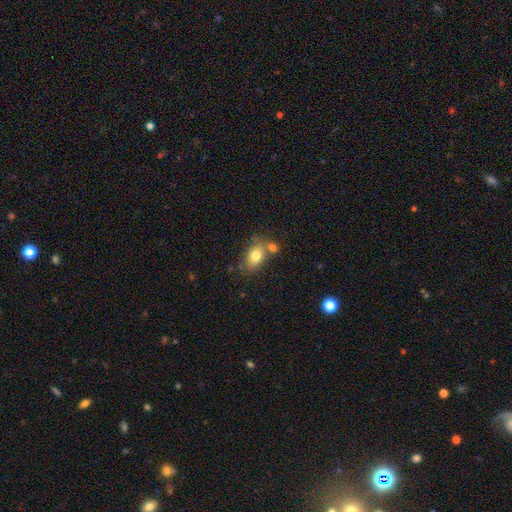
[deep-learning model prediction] This appears to be a smooth galaxy with no disk features (78%) that is in between round and cigar-shaped (85%). Merging: none (58%).